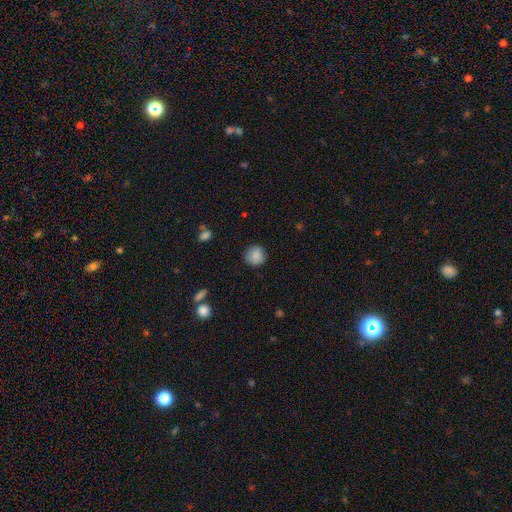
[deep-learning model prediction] Overall: smooth (88%). How rounded: round (91%). Merging: none (88%).